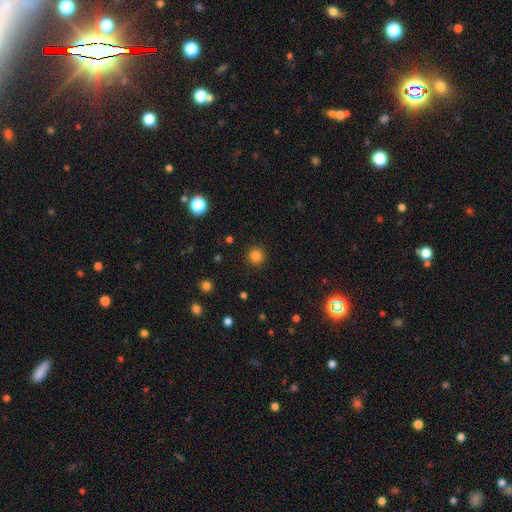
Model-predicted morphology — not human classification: A smooth galaxy with no disk features (84%) that is round (94%).

Vote fractions:
- Smooth or featured? smooth: 84% / star or artifact: 13% / featured or disk: 3%
- How rounded? round: 94% / in between: 5% / cigar-shaped: 1%
- Merging? none: 91% / minor disturbance: 6% / major disturbance: 2% / merger: 1%